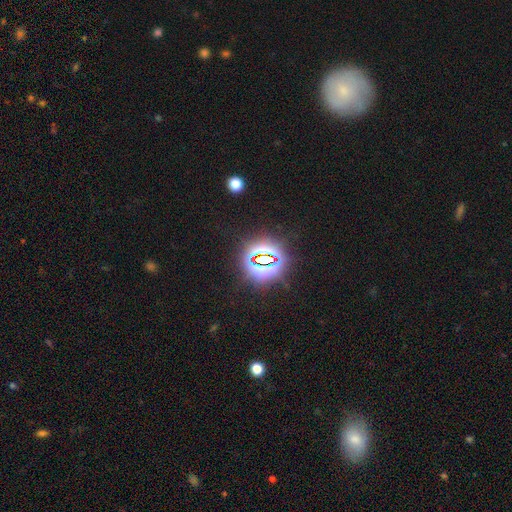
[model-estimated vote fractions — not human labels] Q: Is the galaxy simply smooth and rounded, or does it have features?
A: star or artifact — 78%.